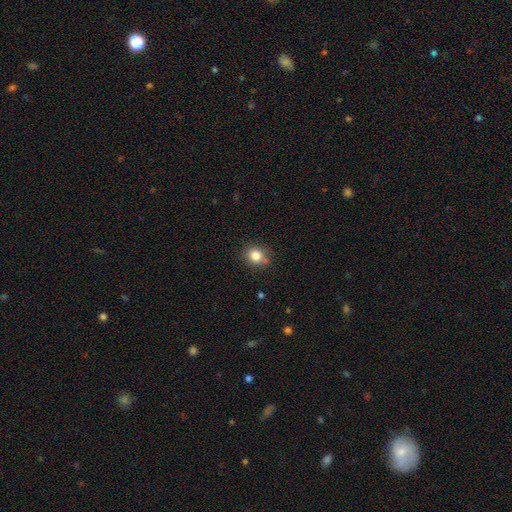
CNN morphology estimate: Smooth or featured?
  - smooth: 82% *
  - star or artifact: 11%
  - featured or disk: 7%
How rounded?
  - round: 76% *
  - in between: 23%
  - cigar-shaped: 1%
Merging?
  - none: 77% *
  - minor disturbance: 14%
  - merger: 6%
  - major disturbance: 3%